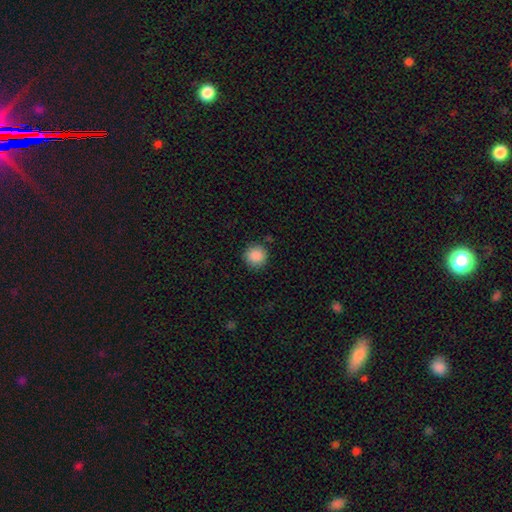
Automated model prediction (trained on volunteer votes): This is clearly a smooth galaxy (89%). How rounded: clearly round (94%). Merging: clearly none (88%).